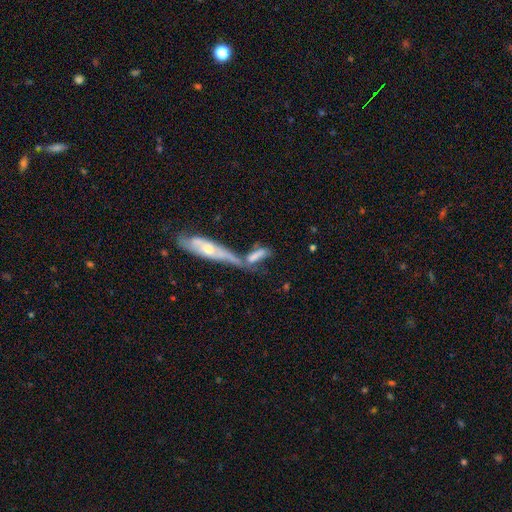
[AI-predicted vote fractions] Morphology: type=smooth (59%); roundness=cigar-shaped (54%); merging=merger (62%).